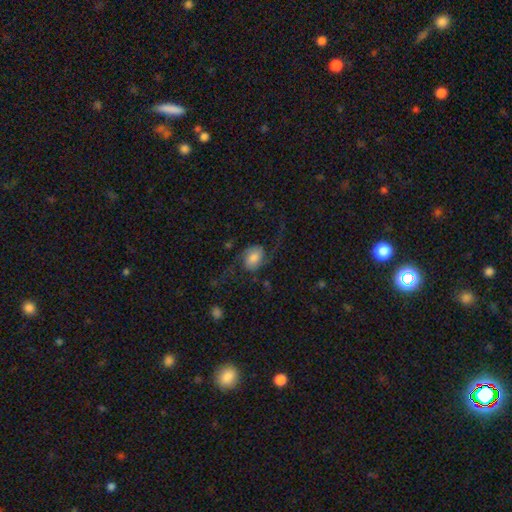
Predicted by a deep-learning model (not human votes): Overall: featured or disk (73%). Edge-on disk: no (97%). Bar: no (59%; weak 32%). Spiral arms: yes (95%). Spiral arm count: 2 (93%). Spiral winding: loose (77%). Bulge size: moderate (36%; large 31%). Merging: none (64%).